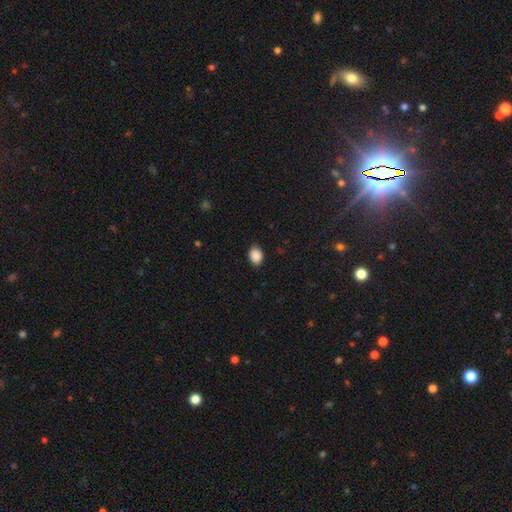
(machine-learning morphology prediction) Overall: smooth (90%). How rounded: in between (66%; round 33%). Merging: none (89%).